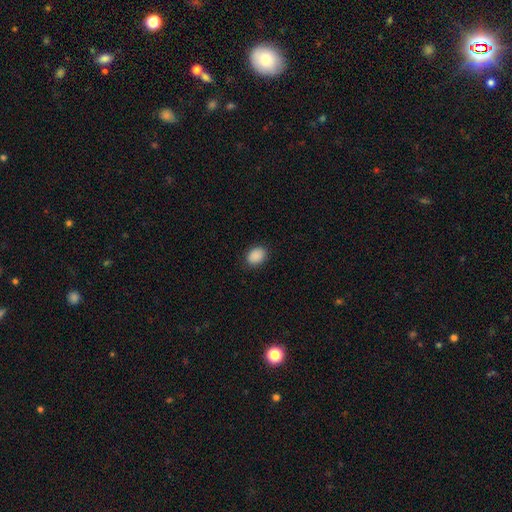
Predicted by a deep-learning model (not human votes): Smooth or featured? Predicted: smooth (p=0.90). How rounded? Predicted: in between (p=0.67). Merging? Predicted: none (p=0.87).